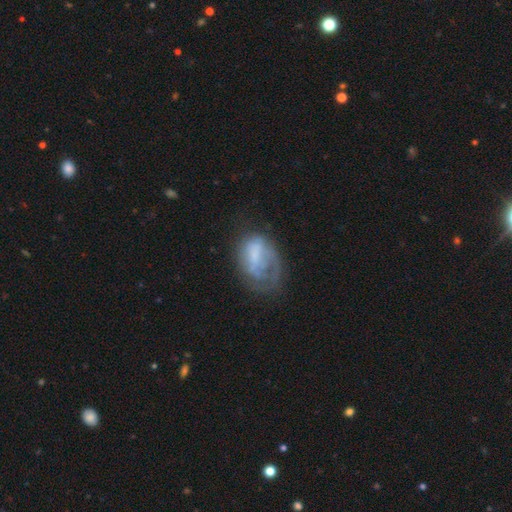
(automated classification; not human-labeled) Smooth or featured? featured or disk (46%)
Merging? major disturbance (35%, tied with none)